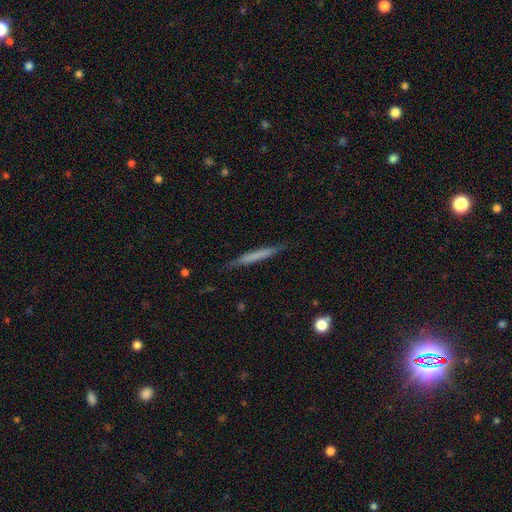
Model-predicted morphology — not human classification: Overall: smooth (56%; featured or disk 38%). How rounded: cigar-shaped (96%). Merging: none (85%).